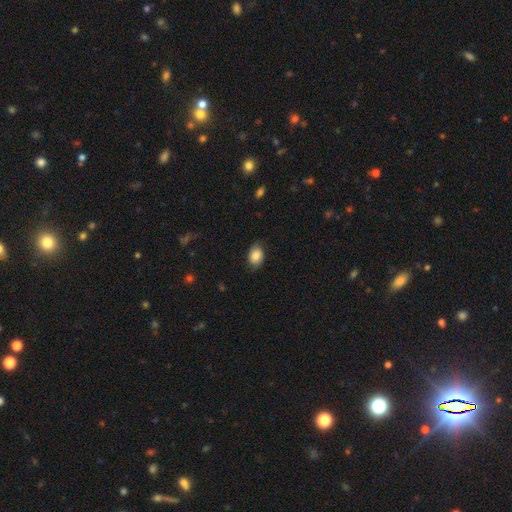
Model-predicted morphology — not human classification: A smooth galaxy with no disk features (81%) that is in between round and cigar-shaped (75%). Merging: none (76%).